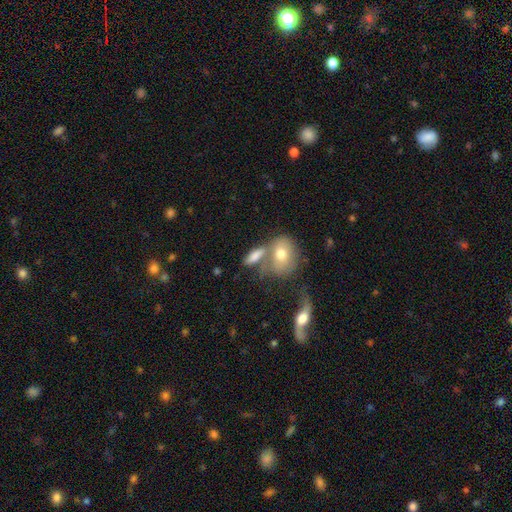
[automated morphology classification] Smooth or featured? smooth (70%)
How rounded? in between (69%)
Merging? merger (41%)